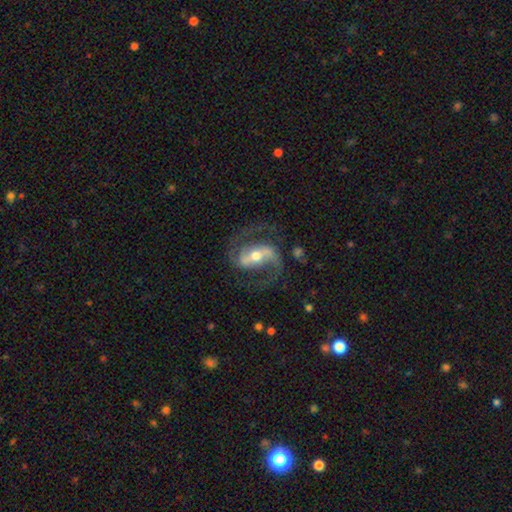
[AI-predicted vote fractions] smooth-or-featured: featured or disk: 89% | smooth: 6% | star or artifact: 5%
  disk-edge-on: no: 96% | yes: 4%
    bar: strong: 54% | weak: 32% | no: 14%
    has-spiral-arms: yes: 96% | no: 4%
      spiral-winding: medium: 58% | loose: 29% | tight: 13%
      spiral-arm-count: 2: 92% | can't tell: 2% | 1: 2% | 3: 2% | 4: 1% | more than 4: 1%
    bulge-size: moderate: 65% | small: 27% | large: 6% | none: 1% | dominant: 1%
  merging: none: 73% | minor disturbance: 14% | major disturbance: 11% | merger: 2%